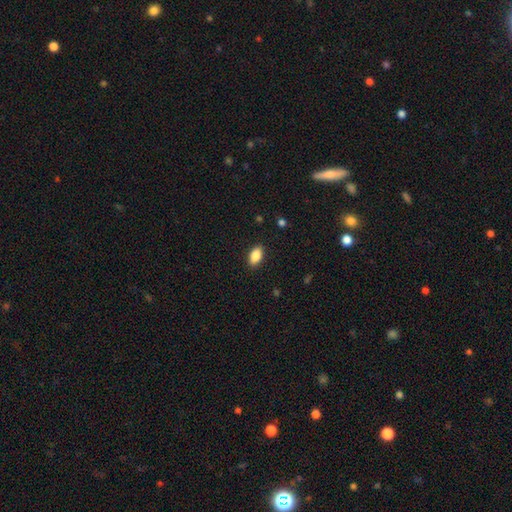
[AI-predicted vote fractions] Smooth or featured? Predicted: smooth (p=0.87). How rounded? Predicted: in between (p=0.92). Merging? Predicted: none (p=0.88).